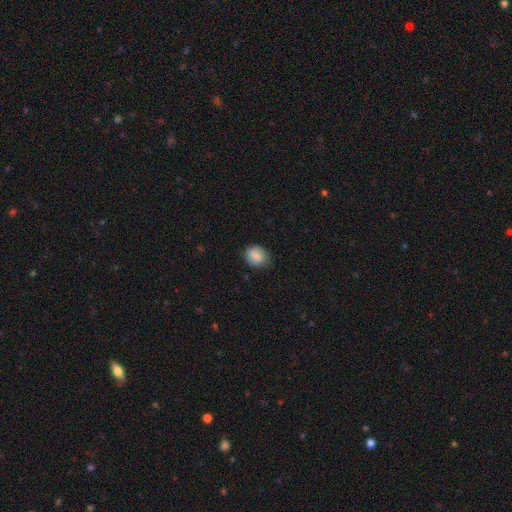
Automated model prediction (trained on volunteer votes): Smooth or featured?
  - smooth: 83% *
  - featured or disk: 10%
  - star or artifact: 7%
How rounded?
  - round: 56% *
  - in between: 43%
  - cigar-shaped: 1%
Merging?
  - none: 73% *
  - minor disturbance: 22%
  - major disturbance: 4%
  - merger: 1%